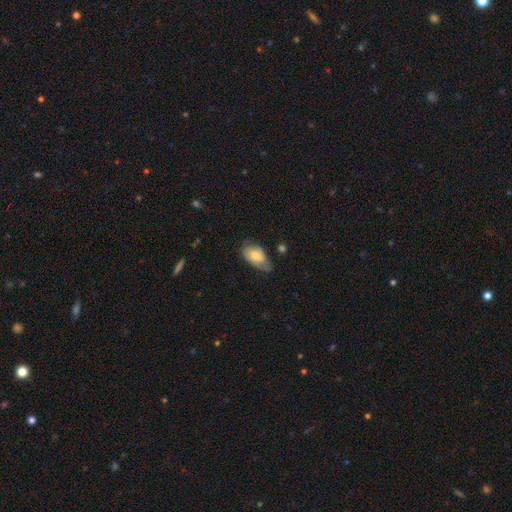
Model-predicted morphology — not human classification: type=smooth (57%); roundness=in between (92%); merging=none (51%).